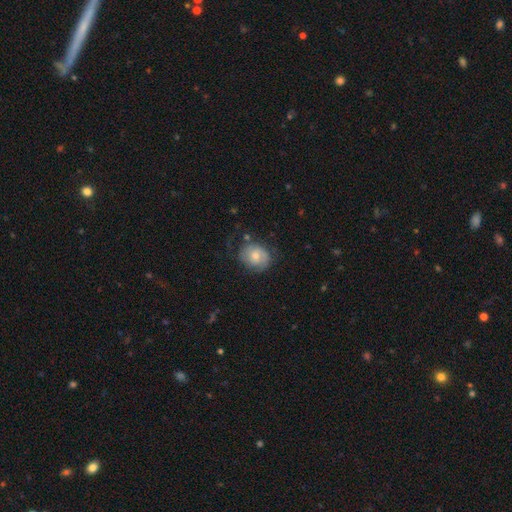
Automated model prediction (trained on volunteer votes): Smooth or featured?
  - smooth: 54% *
  - featured or disk: 39%
  - star or artifact: 7%
How rounded?
  - round: 67% *
  - in between: 32%
  - cigar-shaped: 1%
Merging?
  - none: 58% *
  - minor disturbance: 26%
  - major disturbance: 13%
  - merger: 3%